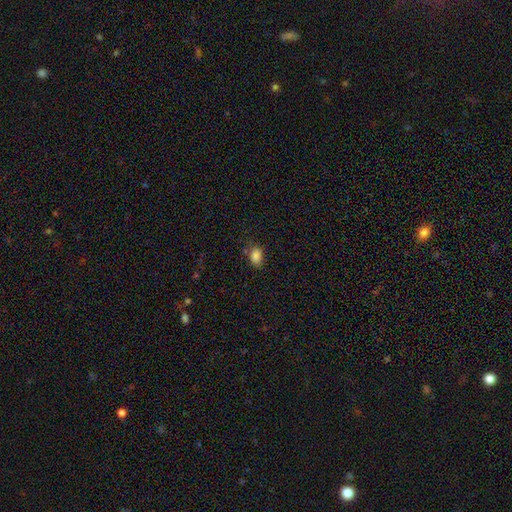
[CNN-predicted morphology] This appears to be a smooth galaxy with no disk features (85%) that is in between round and cigar-shaped (80%). Merging: none (73%).